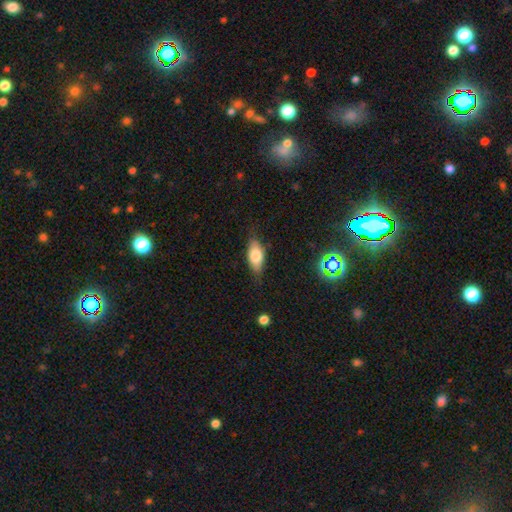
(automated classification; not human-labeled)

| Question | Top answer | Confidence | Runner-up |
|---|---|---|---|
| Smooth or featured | smooth | 70% | featured or disk (22%) |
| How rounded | in between | 84% | cigar-shaped (11%) |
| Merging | none | 75% | minor disturbance (20%) |